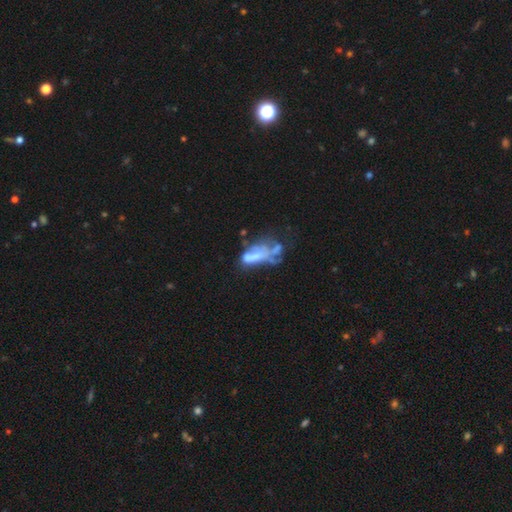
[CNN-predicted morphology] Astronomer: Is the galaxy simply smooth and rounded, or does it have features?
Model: featured or disk — 54% (runner-up: smooth, 32%).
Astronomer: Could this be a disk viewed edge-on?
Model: no — 92%.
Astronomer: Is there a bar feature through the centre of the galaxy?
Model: no — 84%.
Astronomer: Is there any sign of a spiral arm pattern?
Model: no — 90%.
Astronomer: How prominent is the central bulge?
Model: none — 59%.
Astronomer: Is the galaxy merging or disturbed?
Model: major disturbance — 36% (runner-up: merger, 28%).